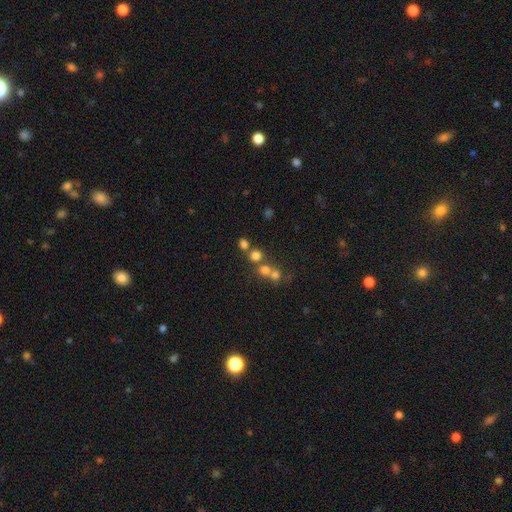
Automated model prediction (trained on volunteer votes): Overall: smooth (70%). How rounded: round (85%). Merging: none (54%; merger 36%).